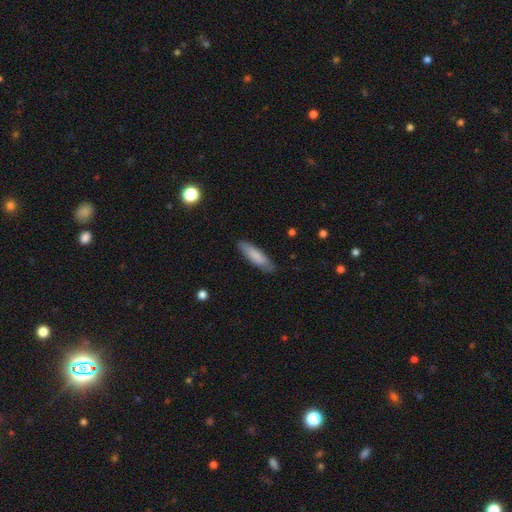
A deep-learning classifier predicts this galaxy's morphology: smooth_or_featured: smooth (p=0.82) [alt: featured or disk p=0.13]
how_rounded: cigar-shaped (p=0.66) [alt: in between p=0.33]
merging: none (p=0.83) [alt: minor disturbance p=0.14]